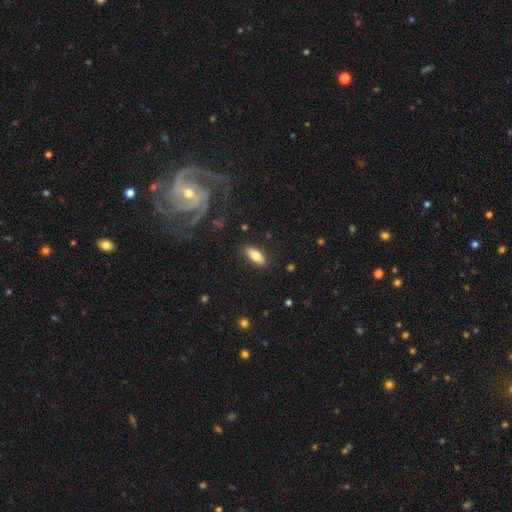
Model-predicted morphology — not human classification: A smooth galaxy with no disk features (74%) that is in between round and cigar-shaped (77%). Merging: none (84%).